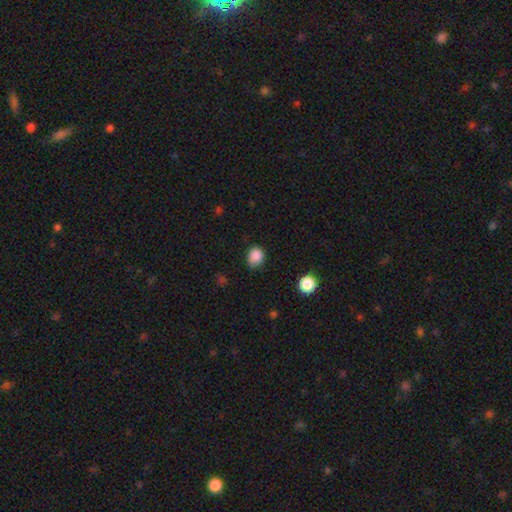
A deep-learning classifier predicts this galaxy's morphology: Smooth or featured: smooth — 86% (star or artifact — 10%)
How rounded: round — 65% (in between — 35%)
Merging: none — 67% (minor disturbance — 27%)